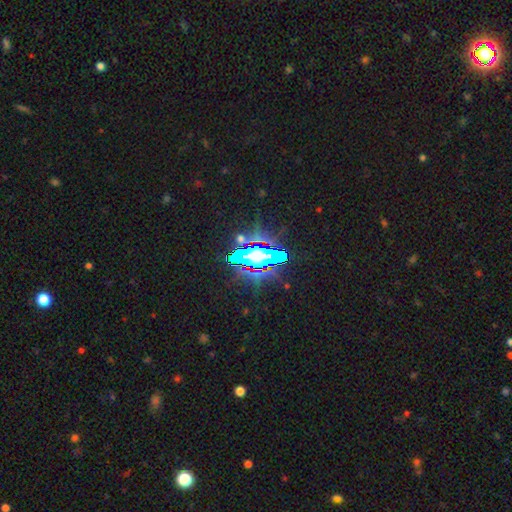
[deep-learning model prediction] A star or artifact, not a galaxy (65%).